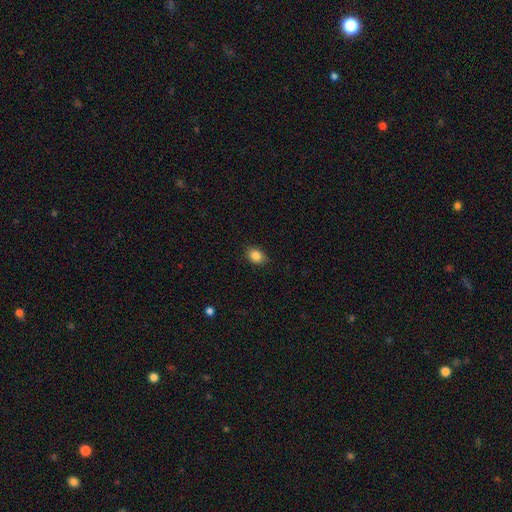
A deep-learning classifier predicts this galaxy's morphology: smooth 86%, star or artifact 9%, featured or disk 5%. Down the decision tree: how rounded — in between (66%); merging — none (86%).